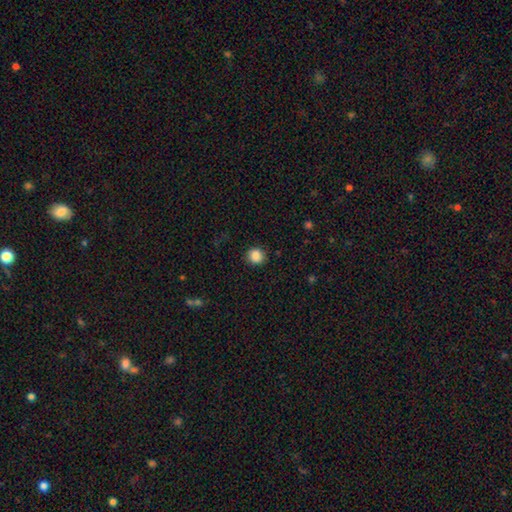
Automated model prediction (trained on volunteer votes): smooth-or-featured: smooth: 87% | star or artifact: 10% | featured or disk: 3%
  how-rounded: round: 88% | in between: 11% | cigar-shaped: 1%
  merging: none: 88% | minor disturbance: 9% | major disturbance: 3% | merger: 1%